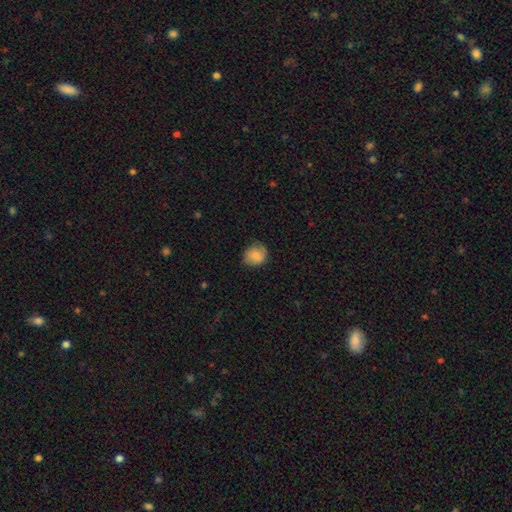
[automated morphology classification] A smooth galaxy with no disk features (80%) that is round (72%).

Vote fractions:
- Smooth or featured? smooth: 80% / featured or disk: 12% / star or artifact: 8%
- How rounded? round: 72% / in between: 27% / cigar-shaped: 1%
- Merging? none: 72% / minor disturbance: 22% / major disturbance: 5% / merger: 1%